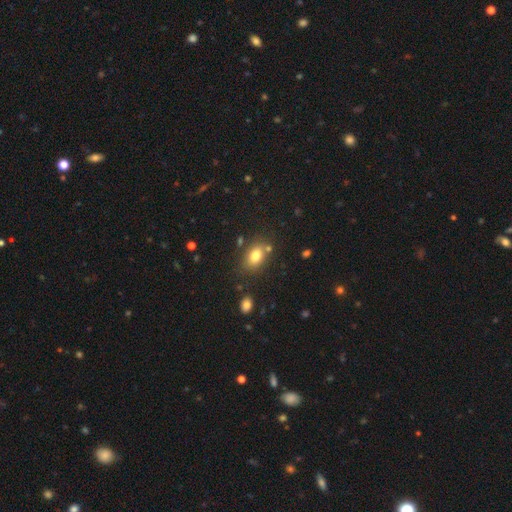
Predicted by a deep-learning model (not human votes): smooth-or-featured: smooth: 79% | star or artifact: 10% | featured or disk: 10%
  how-rounded: in between: 78% | round: 20% | cigar-shaped: 2%
  merging: none: 74% | minor disturbance: 13% | merger: 8% | major disturbance: 4%